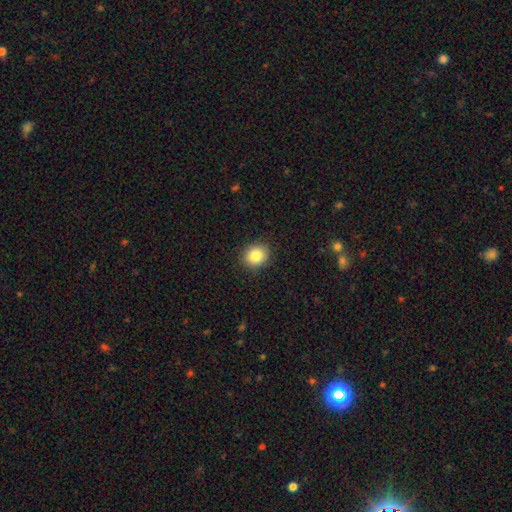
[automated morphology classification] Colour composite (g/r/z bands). It shows a smooth galaxy with no disk features (84%) that is round (75%). Merging: none (90%).